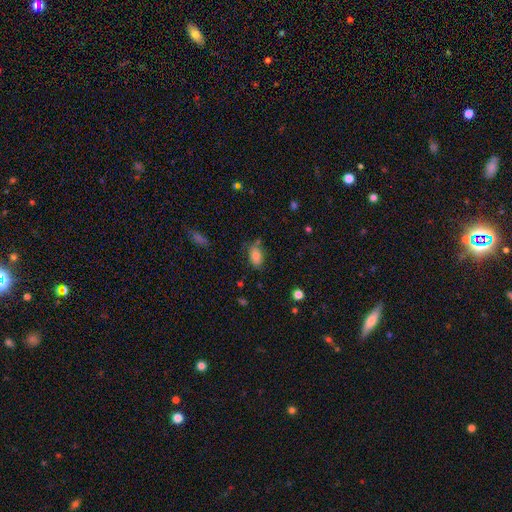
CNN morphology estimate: smooth-or-featured: smooth: 78% | featured or disk: 13% | star or artifact: 9%
  how-rounded: in between: 89% | round: 9% | cigar-shaped: 2%
  merging: none: 66% | minor disturbance: 22% | merger: 6% | major disturbance: 6%